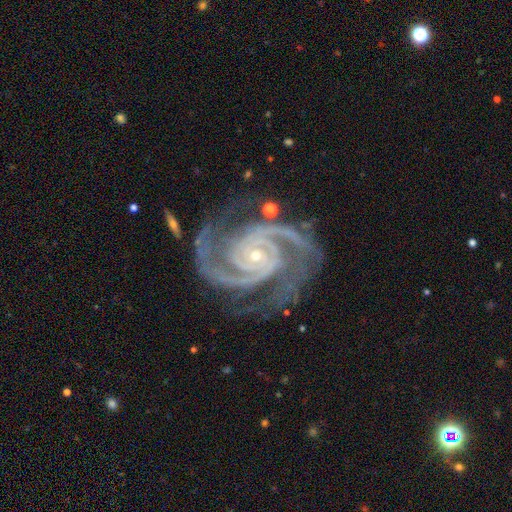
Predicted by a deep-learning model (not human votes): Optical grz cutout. It shows a featured or disk galaxy (94%) with no bar (67%), 2 (75%) tight (57%) spiral arms (99%) and a small central bulge (83%). Merging: none (72%).